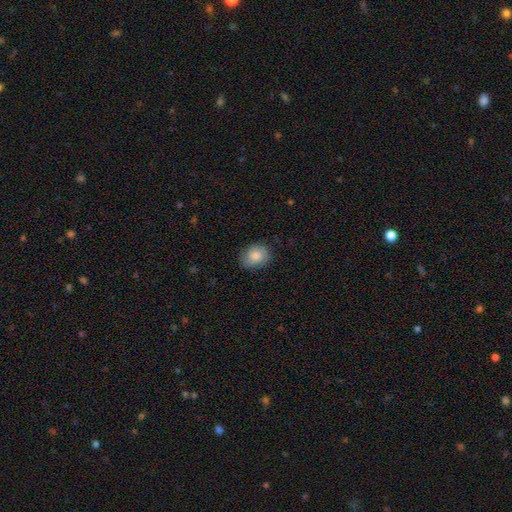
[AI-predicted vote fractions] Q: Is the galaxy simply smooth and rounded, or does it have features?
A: smooth — 80%.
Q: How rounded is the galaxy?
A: round — 52%.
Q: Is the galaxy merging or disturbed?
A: none — 79%.